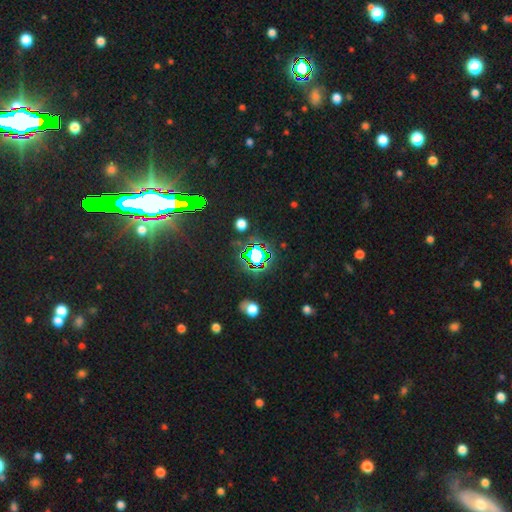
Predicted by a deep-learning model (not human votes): This is likely a star or artifact rather than a galaxy (69%).